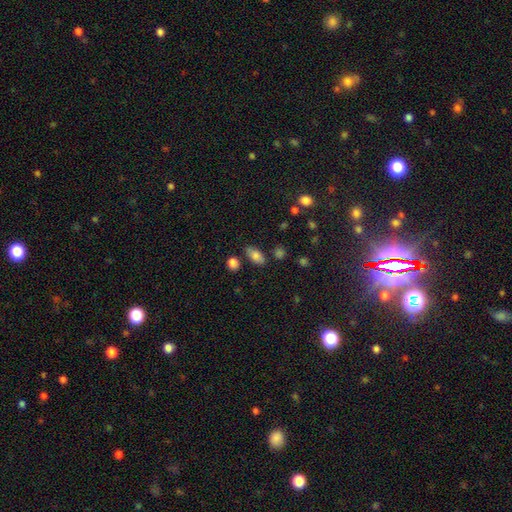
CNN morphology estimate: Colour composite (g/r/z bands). It shows a smooth galaxy with no disk features (80%) that is in between round and cigar-shaped (89%). Merging: none (76%).